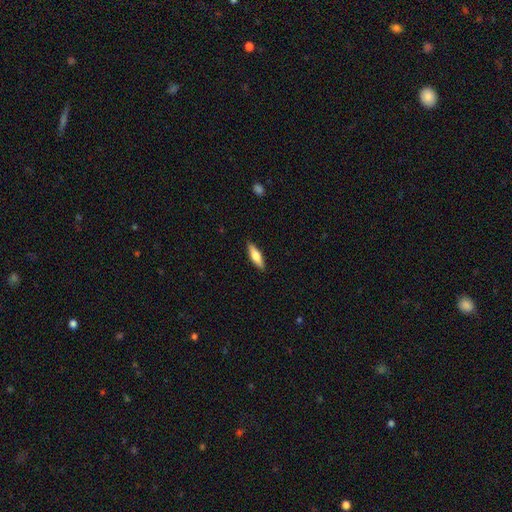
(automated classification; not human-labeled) This appears to be a smooth galaxy with no disk features (65%) that is cigar-shaped (57%). Merging: none (89%).